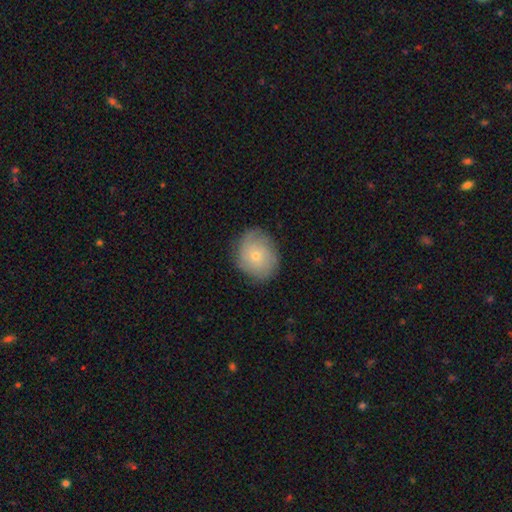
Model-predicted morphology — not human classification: This appears to be a smooth galaxy with no disk features (52%) that is round (67%). Merging: none (79%).